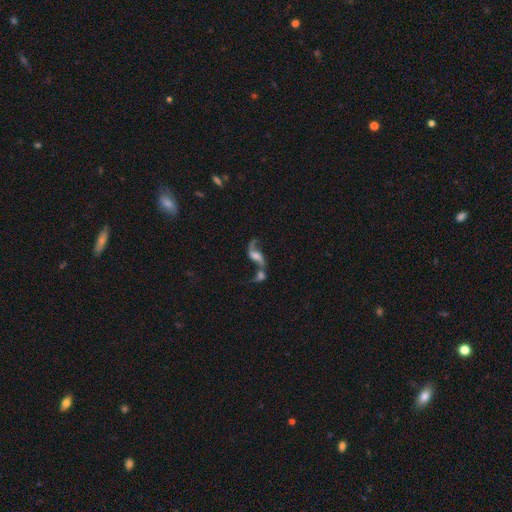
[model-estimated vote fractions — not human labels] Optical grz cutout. It shows a featured or disk galaxy (76%) with no bar (46%), 2 (86%) loose (87%) spiral arms (89%) and a moderate central bulge (29%). Merging: merger (55%).